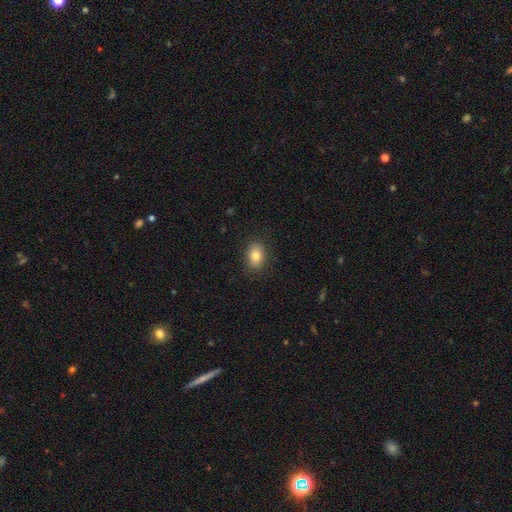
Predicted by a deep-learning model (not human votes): Smooth or featured? Predicted: smooth (p=0.82). How rounded? Predicted: in between (p=0.78). Merging? Predicted: none (p=0.87).